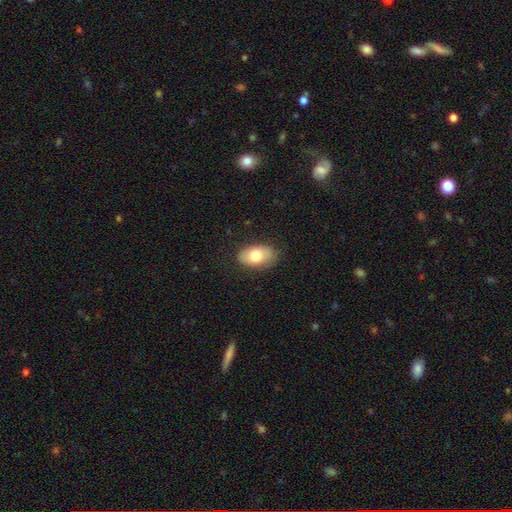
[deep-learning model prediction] smooth 77%, featured or disk 17%, star or artifact 7%. Down the decision tree: how rounded — in between (92%); merging — none (82%).